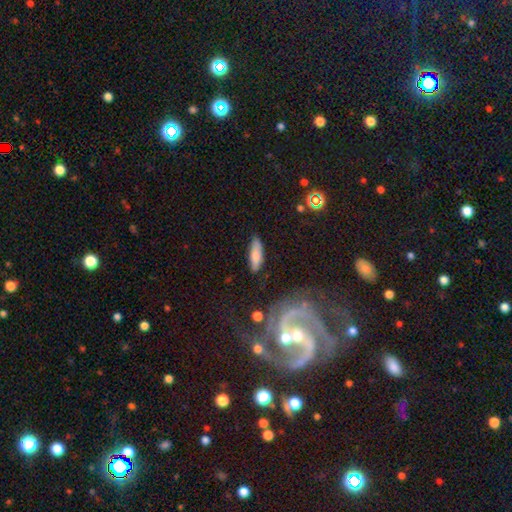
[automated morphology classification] Overall: smooth (73%). How rounded: in between (49%, tied with cigar-shaped). Merging: none (78%).